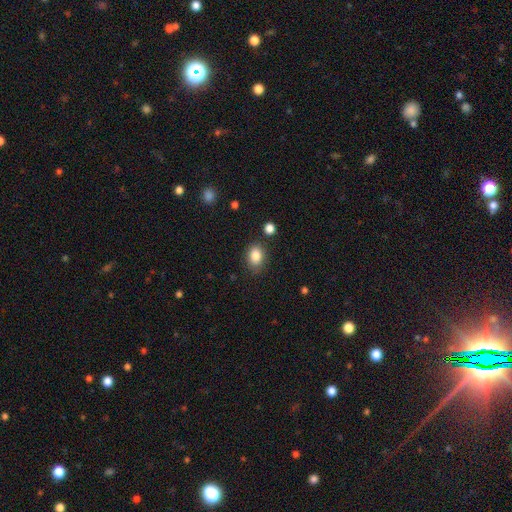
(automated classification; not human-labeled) Overall: smooth (85%). How rounded: in between (71%). Merging: none (80%).